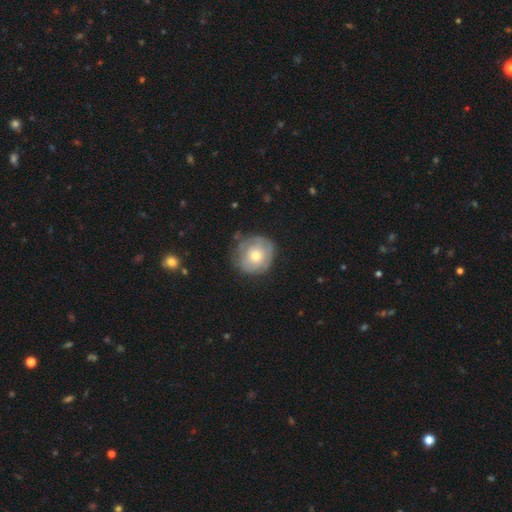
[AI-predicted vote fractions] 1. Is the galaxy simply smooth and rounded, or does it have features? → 52% smooth, 41% featured or disk, 7% star or artifact.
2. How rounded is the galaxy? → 89% round, 10% in between, 1% cigar-shaped.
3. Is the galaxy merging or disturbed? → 69% none, 21% minor disturbance, 7% major disturbance, 2% merger.